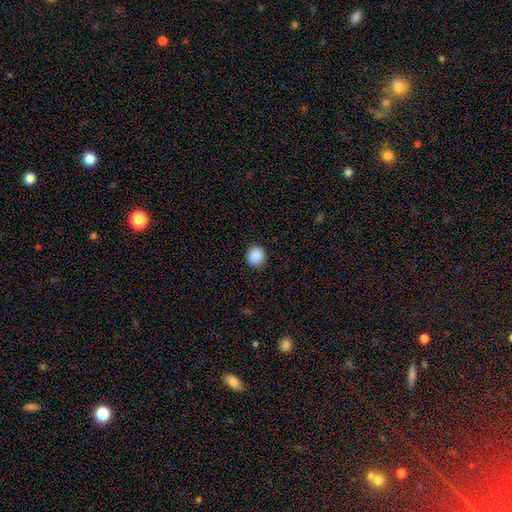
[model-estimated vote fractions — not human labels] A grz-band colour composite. It shows a smooth galaxy with no disk features (88%) that is round (74%). Merging: none (88%).